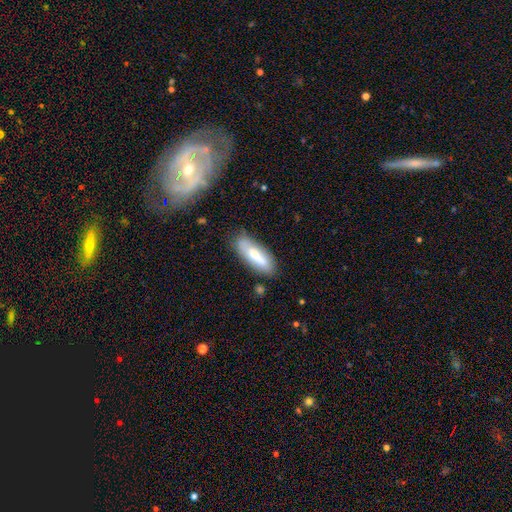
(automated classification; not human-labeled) This is likely a smooth galaxy (68%). How rounded: possibly in between (60%). Merging: likely none (73%).